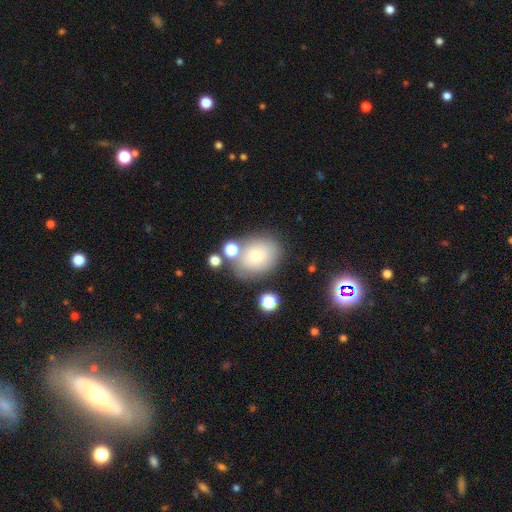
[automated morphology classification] Overall: smooth (72%). How rounded: in between (61%; round 38%). Merging: none (66%).